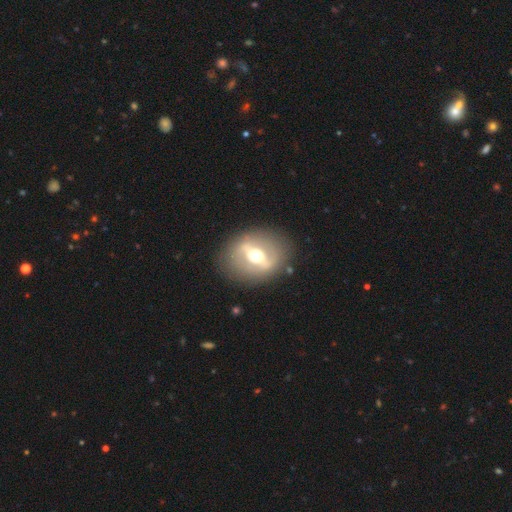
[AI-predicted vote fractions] Smooth or featured?
  - featured or disk: 70% *
  - smooth: 23%
  - star or artifact: 7%
Edge-on disk?
  - no: 84% *
  - yes: 16%
Bar?
  - strong: 67% *
  - weak: 23%
  - no: 10%
Spiral arms?
  - no: 77% *
  - yes: 23%
Bulge size?
  - moderate: 68% *
  - large: 24%
  - small: 5%
  - dominant: 2%
  - none: 1%
Merging?
  - none: 83% *
  - minor disturbance: 10%
  - major disturbance: 5%
  - merger: 1%